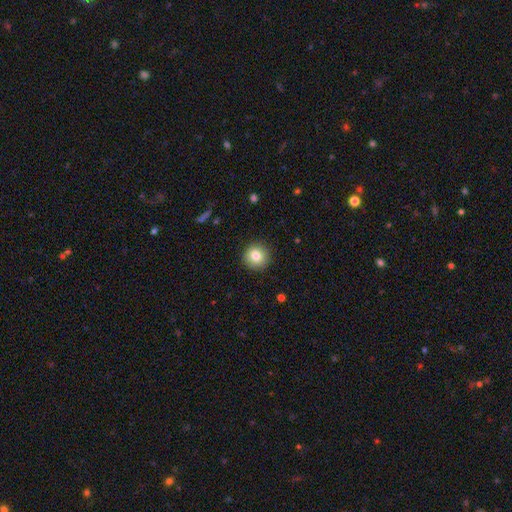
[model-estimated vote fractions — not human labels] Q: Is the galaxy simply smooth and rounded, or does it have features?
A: smooth — 82%.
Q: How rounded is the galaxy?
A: round — 94%.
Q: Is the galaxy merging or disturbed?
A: none — 91%.